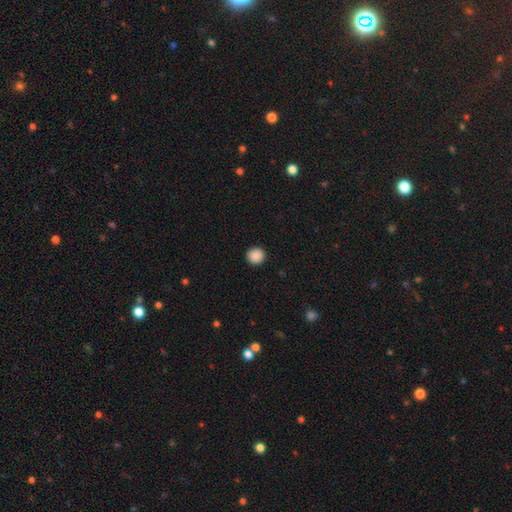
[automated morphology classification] The model was most divided on "smooth or featured": smooth: 89%, star or artifact: 9%, featured or disk: 2%. More confident: how rounded — round (94%); merging — none (93%).